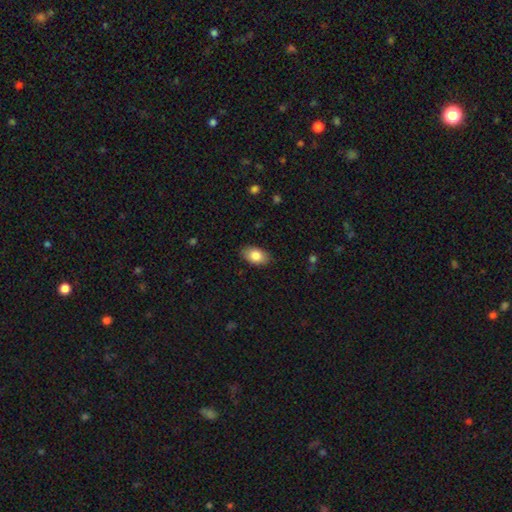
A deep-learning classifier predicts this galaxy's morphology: This is clearly a smooth galaxy (82%). How rounded: clearly in between (91%). Merging: clearly none (87%).